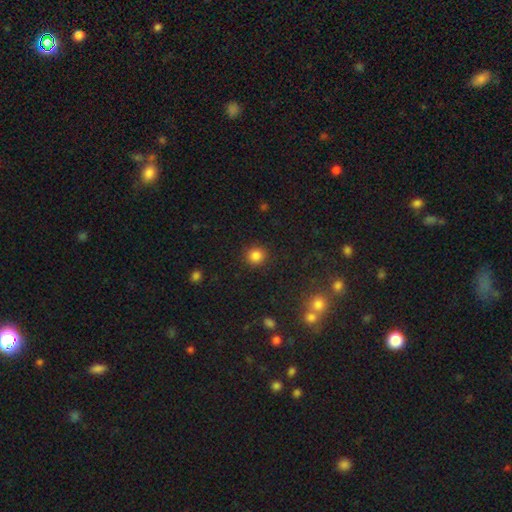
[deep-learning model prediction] Overall: smooth (83%). How rounded: round (91%). Merging: none (90%).